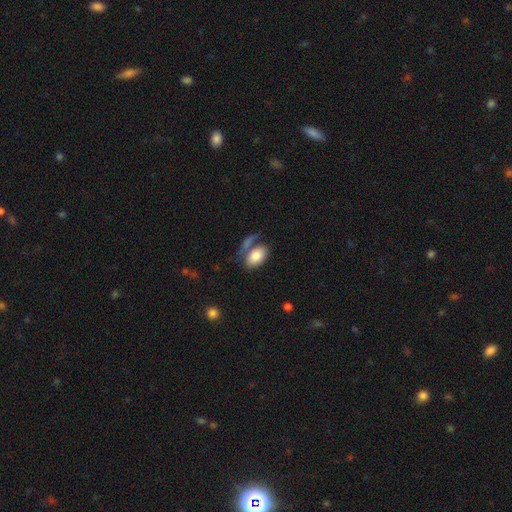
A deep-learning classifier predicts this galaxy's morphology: Smooth or featured? Predicted: smooth (p=0.81). How rounded? Predicted: in between (p=0.92). Merging? Predicted: none (p=0.49).